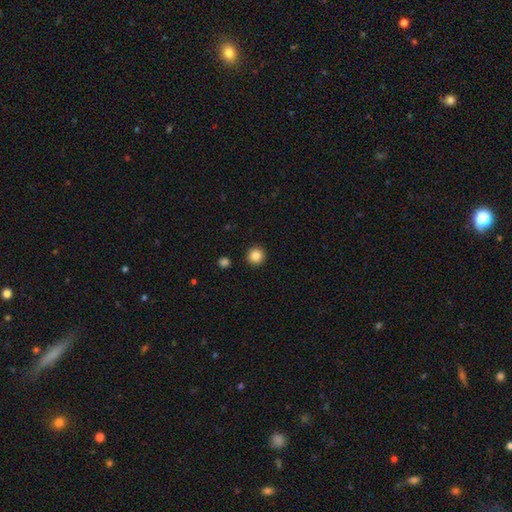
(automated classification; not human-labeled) smooth_or_featured: smooth (p=0.85) [alt: star or artifact p=0.10]
how_rounded: round (p=0.95) [alt: in between p=0.04]
merging: none (p=0.93) [alt: minor disturbance p=0.04]